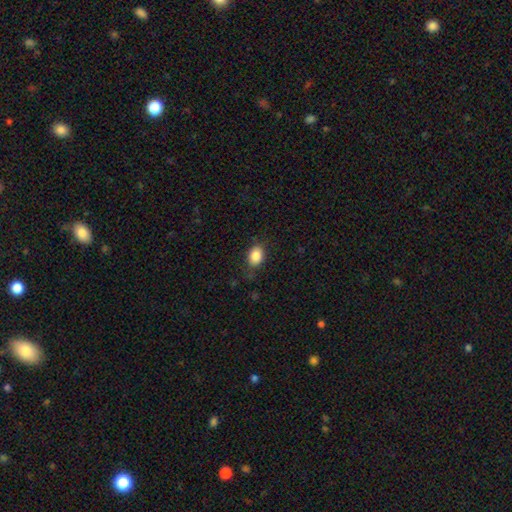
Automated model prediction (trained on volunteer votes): Morphology: type=smooth (86%); roundness=in between (73%); merging=none (80%).